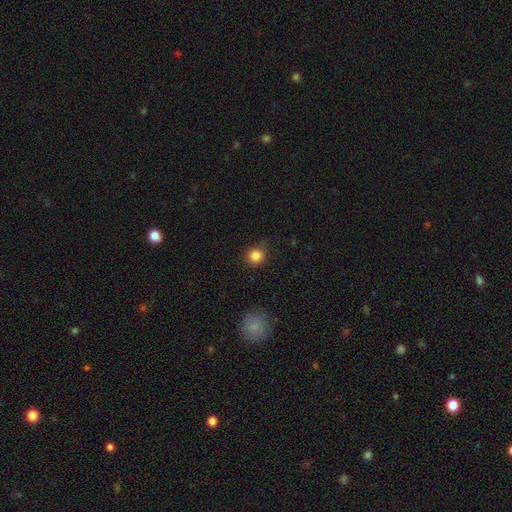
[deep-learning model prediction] Smooth or featured: smooth — 84% (star or artifact — 11%)
How rounded: round — 92% (in between — 7%)
Merging: none — 84% (minor disturbance — 11%)